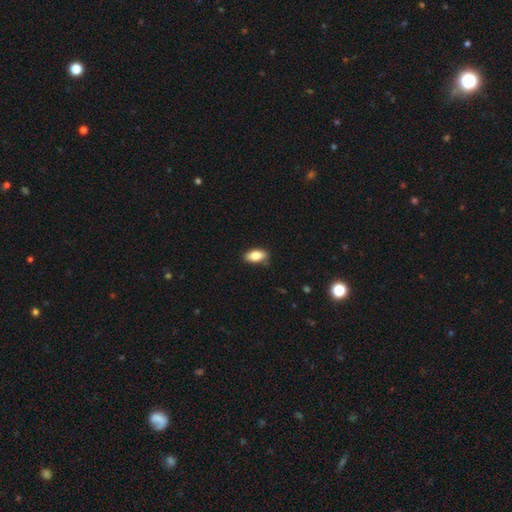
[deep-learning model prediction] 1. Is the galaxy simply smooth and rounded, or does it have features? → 81% smooth, 12% featured or disk, 7% star or artifact.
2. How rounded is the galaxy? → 90% in between, 5% cigar-shaped, 4% round.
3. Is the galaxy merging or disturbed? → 79% none, 17% minor disturbance, 3% major disturbance, 1% merger.